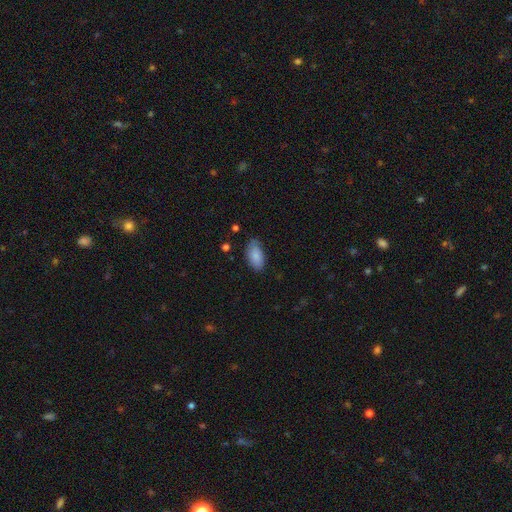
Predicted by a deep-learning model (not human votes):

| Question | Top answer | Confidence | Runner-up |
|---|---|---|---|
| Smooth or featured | smooth | 84% | featured or disk (9%) |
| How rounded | in between | 94% | cigar-shaped (4%) |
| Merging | none | 73% | minor disturbance (22%) |